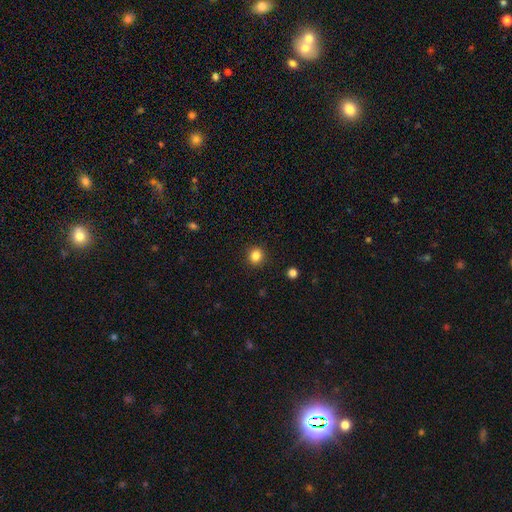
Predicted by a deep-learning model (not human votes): Smooth or featured: smooth — 85% (star or artifact — 11%)
How rounded: round — 89% (in between — 11%)
Merging: none — 92% (minor disturbance — 5%)